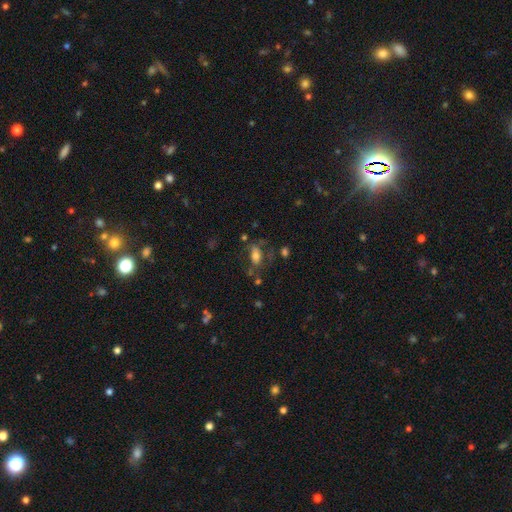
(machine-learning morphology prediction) smooth-or-featured: smooth: 57% | featured or disk: 32% | star or artifact: 11%
  how-rounded: in between: 84% | round: 9% | cigar-shaped: 7%
  merging: none: 48% | major disturbance: 23% | minor disturbance: 21% | merger: 8%